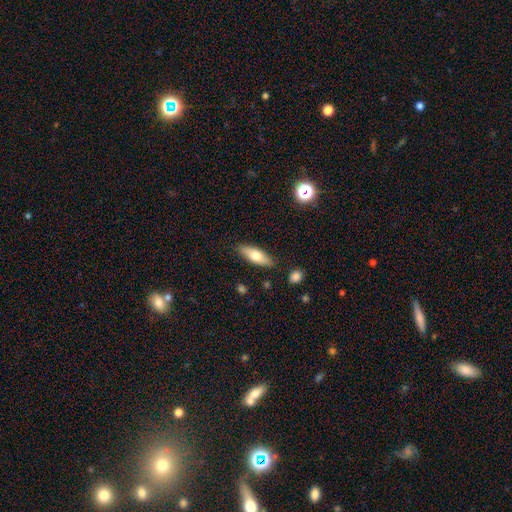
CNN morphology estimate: smooth_or_featured: smooth (p=0.68) [alt: featured or disk p=0.26]
how_rounded: in between (p=0.65) [alt: cigar-shaped p=0.33]
merging: none (p=0.85) [alt: minor disturbance p=0.11]